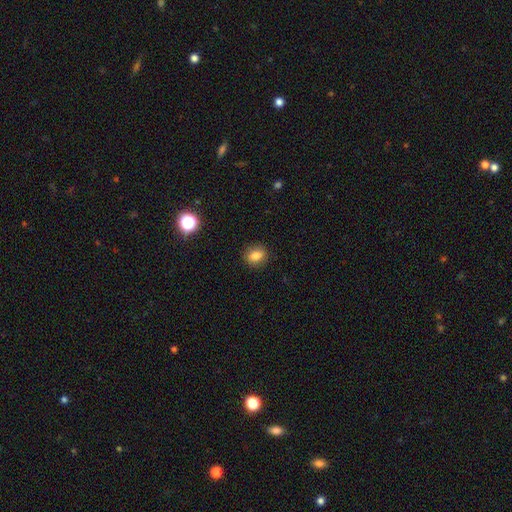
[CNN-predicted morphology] smooth 80%, star or artifact 12%, featured or disk 8%. Down the decision tree: how rounded — round (56%); merging — none (88%).